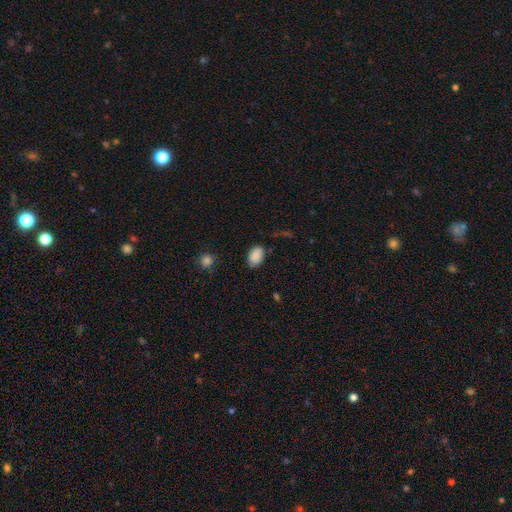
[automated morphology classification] smooth-or-featured: smooth: 88% | star or artifact: 8% | featured or disk: 4%
  how-rounded: in between: 86% | round: 13% | cigar-shaped: 1%
  merging: none: 76% | minor disturbance: 18% | major disturbance: 4% | merger: 2%